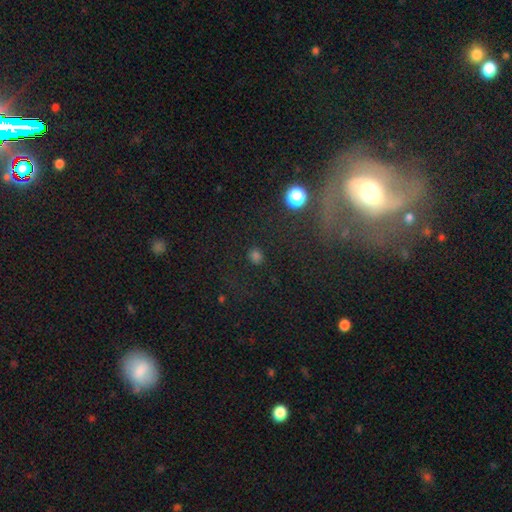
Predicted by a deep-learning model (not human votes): A smooth galaxy with no disk features (72%) that is round (74%). Merging: none (85%).